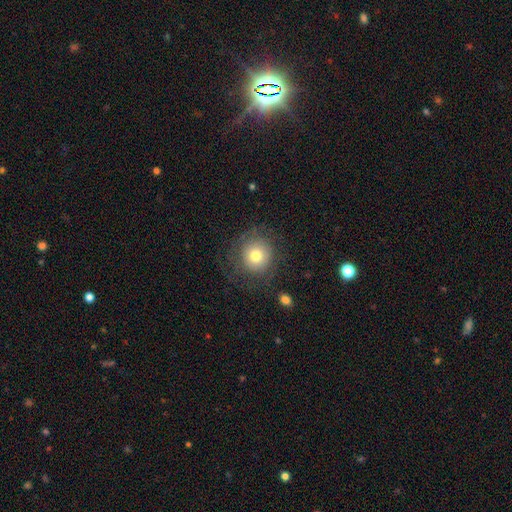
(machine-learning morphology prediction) Overall: smooth (65%; featured or disk 25%). How rounded: round (92%). Merging: none (74%).